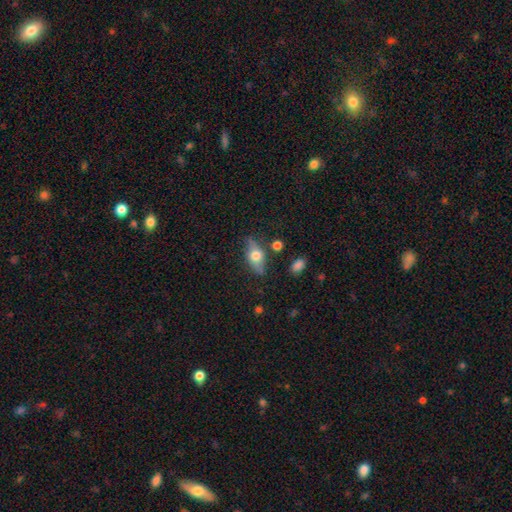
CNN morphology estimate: The model was most divided on "smooth or featured": smooth: 55%, featured or disk: 37%, star or artifact: 8%. More confident: how rounded — in between (77%); merging — none (74%).